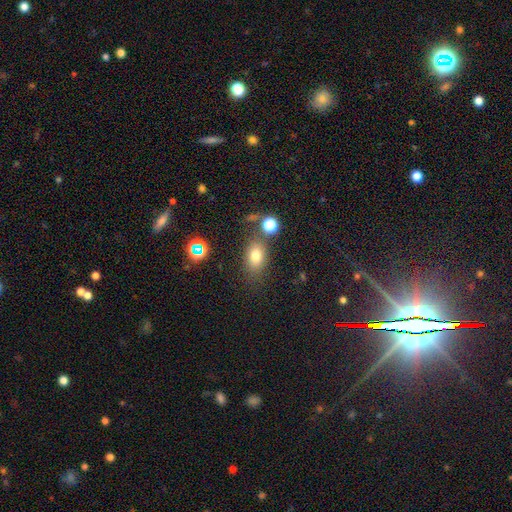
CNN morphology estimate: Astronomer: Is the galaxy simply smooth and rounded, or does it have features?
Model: smooth — 74%.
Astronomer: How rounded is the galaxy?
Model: in between — 77%.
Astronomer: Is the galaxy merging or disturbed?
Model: none — 71%.